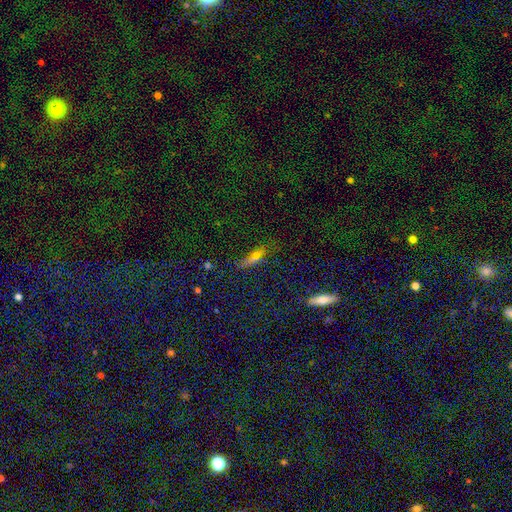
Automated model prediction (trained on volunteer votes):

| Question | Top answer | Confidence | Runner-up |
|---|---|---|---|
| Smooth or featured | smooth | 53% | star or artifact (31%) |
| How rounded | cigar-shaped | 49% | in between (42%) |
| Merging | none | 63% | minor disturbance (19%) |